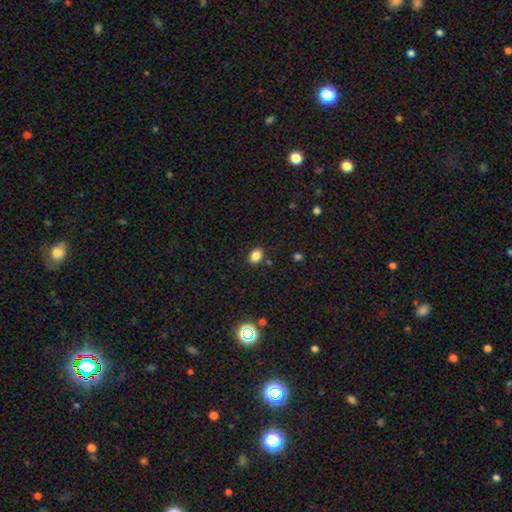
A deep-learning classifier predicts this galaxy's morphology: Smooth or featured: smooth — 82% (star or artifact — 13%)
How rounded: in between — 64% (round — 35%)
Merging: none — 84% (minor disturbance — 10%)